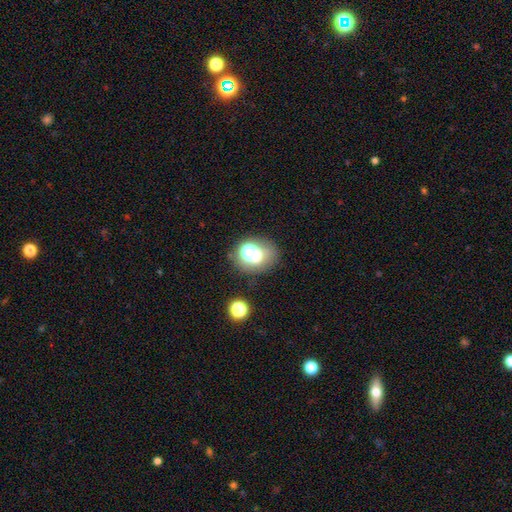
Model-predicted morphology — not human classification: Smooth or featured? smooth (54%)
How rounded? round (59%)
Merging? none (46%)